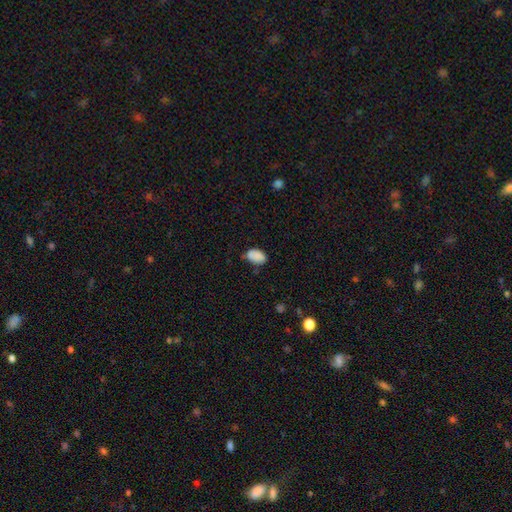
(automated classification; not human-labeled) Smooth or featured? Predicted: smooth (p=0.85). How rounded? Predicted: in between (p=0.89). Merging? Predicted: none (p=0.61).